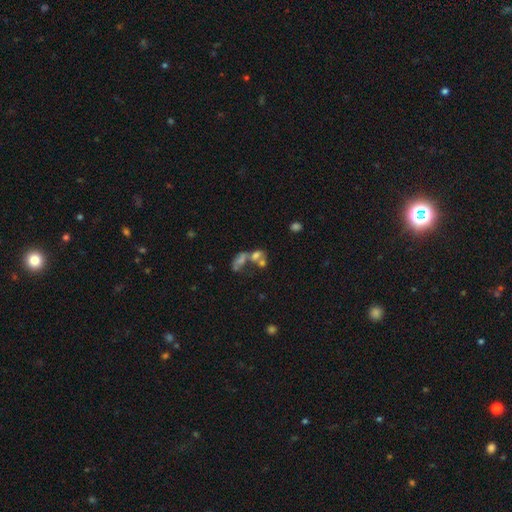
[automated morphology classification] Smooth or featured? Predicted: smooth (p=0.49). Merging? Predicted: merger (p=0.61).